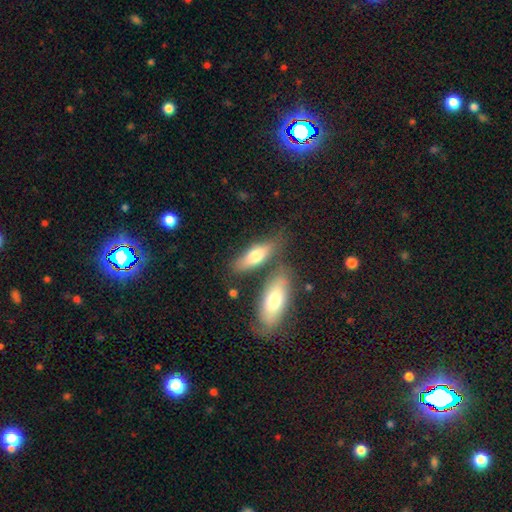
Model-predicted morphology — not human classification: type=smooth (72%); roundness=in between (70%); merging=none (60%).